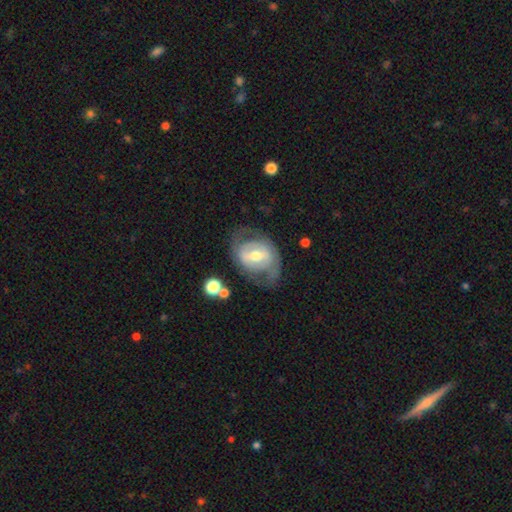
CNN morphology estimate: Smooth or featured?
  - featured or disk: 69% *
  - smooth: 25%
  - star or artifact: 6%
Edge-on disk?
  - no: 95% *
  - yes: 5%
Bar?
  - weak: 42% *
  - strong: 34%
  - no: 24%
Spiral arms?
  - yes: 57% *
  - no: 43%
Bulge size?
  - moderate: 69% *
  - small: 21%
  - large: 8%
  - none: 1%
  - dominant: 1%
Merging?
  - none: 60% *
  - minor disturbance: 21%
  - major disturbance: 17%
  - merger: 3%